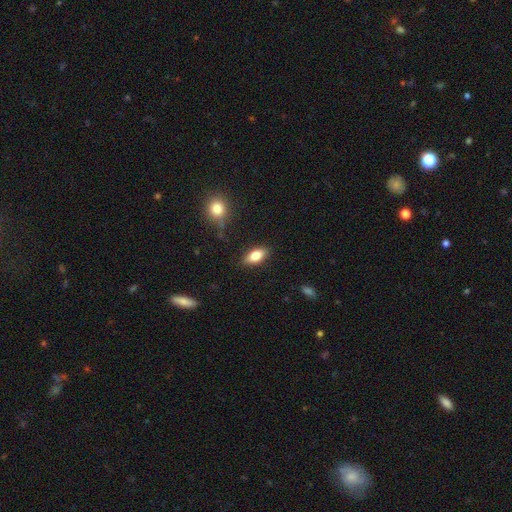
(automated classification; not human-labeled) A smooth galaxy with no disk features (78%) that is in between round and cigar-shaped (85%).

Vote fractions:
- Smooth or featured? smooth: 78% / featured or disk: 15% / star or artifact: 8%
- How rounded? in between: 85% / cigar-shaped: 12% / round: 4%
- Merging? none: 85% / minor disturbance: 11% / major disturbance: 3% / merger: 2%